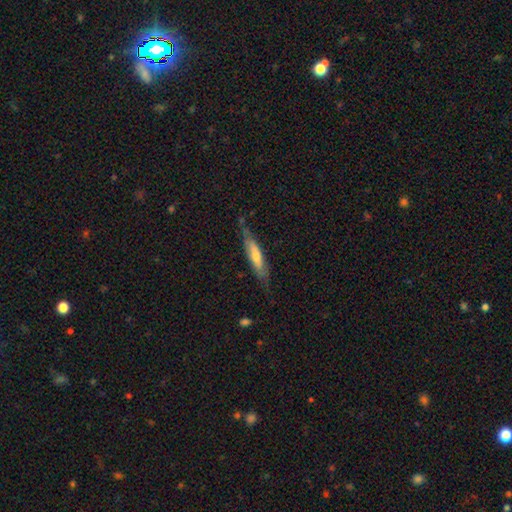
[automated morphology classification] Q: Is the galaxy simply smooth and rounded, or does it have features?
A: smooth — 50%.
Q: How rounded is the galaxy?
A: cigar-shaped — 79%.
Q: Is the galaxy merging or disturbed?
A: none — 71%.